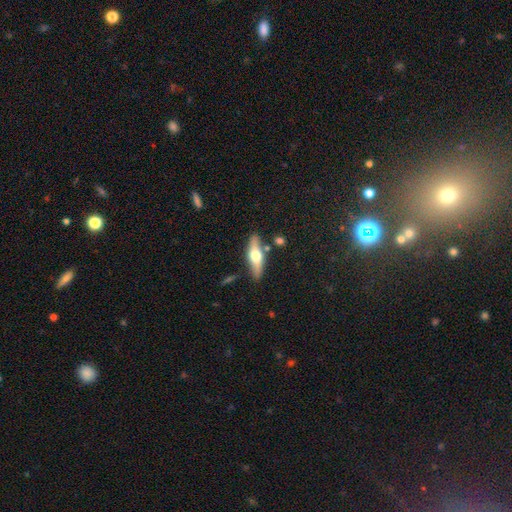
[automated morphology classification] A featured or disk galaxy (51%) viewed edge-on (86%). Merging: none (82%).